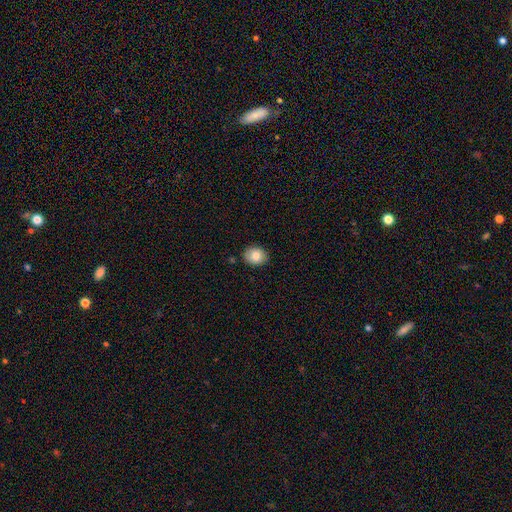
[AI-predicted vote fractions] This is clearly a smooth galaxy (83%). How rounded: possibly in between (51%). Merging: clearly none (85%).